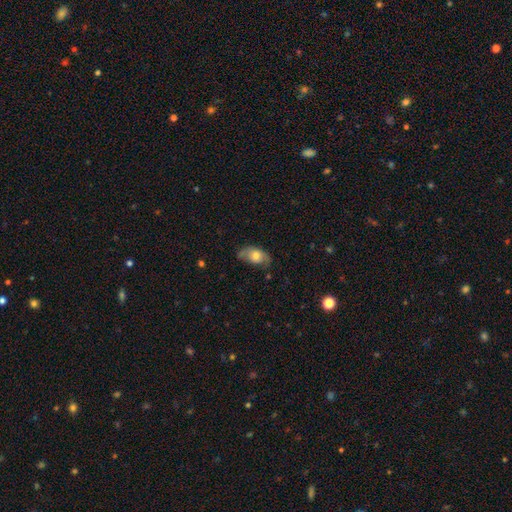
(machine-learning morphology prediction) The model was most divided on "merging": none: 55%, minor disturbance: 32%, major disturbance: 10%, merger: 2%. More confident: how rounded — in between (91%); smooth or featured — smooth (66%).